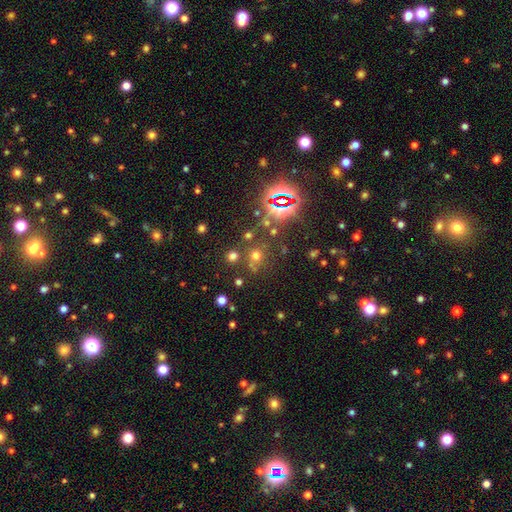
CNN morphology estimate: A smooth galaxy with no disk features (53%) that is round (90%).

Vote fractions:
- Smooth or featured? smooth: 53% / star or artifact: 37% / featured or disk: 10%
- How rounded? round: 90% / in between: 9% / cigar-shaped: 1%
- Merging? none: 72% / merger: 13% / minor disturbance: 10% / major disturbance: 5%